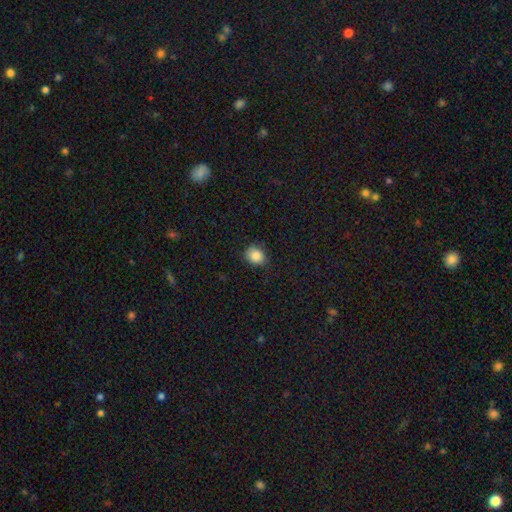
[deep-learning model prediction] A smooth galaxy with no disk features (87%) that is round (65%).

Vote fractions:
- Smooth or featured? smooth: 87% / star or artifact: 9% / featured or disk: 4%
- How rounded? round: 65% / in between: 34% / cigar-shaped: 1%
- Merging? none: 76% / minor disturbance: 19% / major disturbance: 4% / merger: 1%